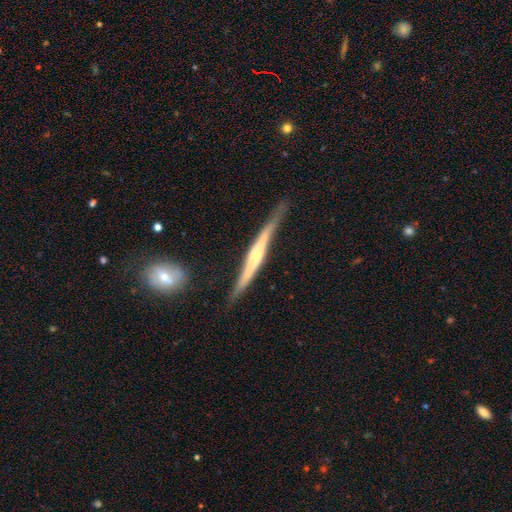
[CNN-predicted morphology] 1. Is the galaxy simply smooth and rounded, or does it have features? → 73% featured or disk, 22% smooth, 5% star or artifact.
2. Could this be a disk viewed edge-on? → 95% yes, 5% no.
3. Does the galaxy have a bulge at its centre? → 57% rounded, 25% none, 18% boxy.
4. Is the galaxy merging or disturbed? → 71% none, 22% minor disturbance, 5% major disturbance, 3% merger.